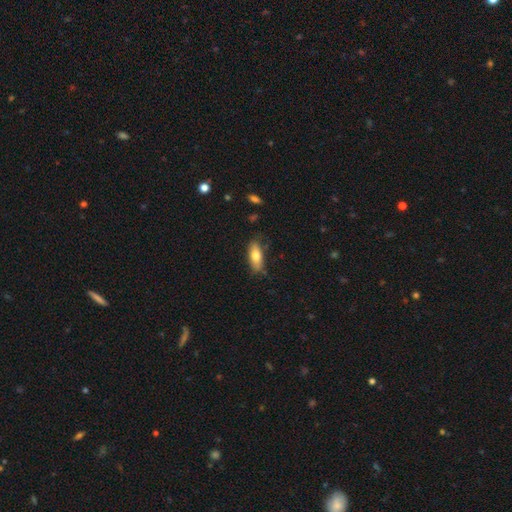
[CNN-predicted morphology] smooth_or_featured: smooth (p=0.75) [alt: featured or disk p=0.19]
how_rounded: in between (p=0.71) [alt: cigar-shaped p=0.26]
merging: none (p=0.77) [alt: minor disturbance p=0.18]